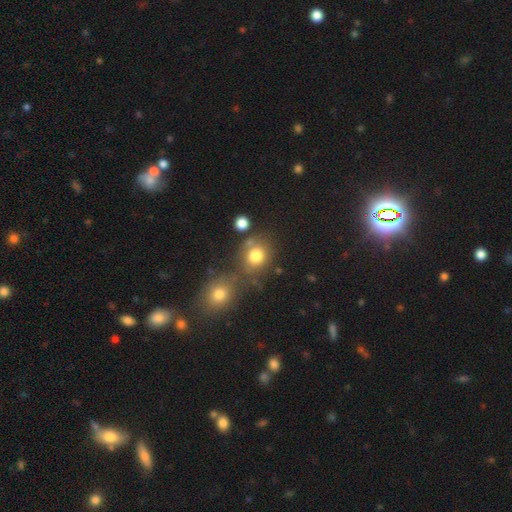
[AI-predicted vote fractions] This is likely a smooth galaxy (77%). How rounded: likely round (74%). Merging: possibly none (55%).